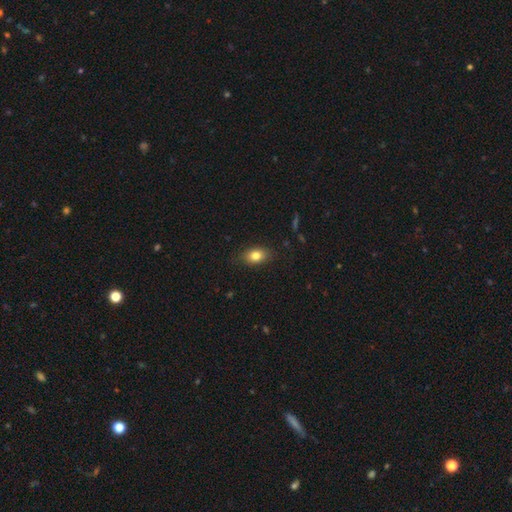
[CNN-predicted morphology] smooth_or_featured: smooth (p=0.81) [alt: featured or disk p=0.10]
how_rounded: in between (p=0.82) [alt: round p=0.15]
merging: none (p=0.84) [alt: minor disturbance p=0.12]